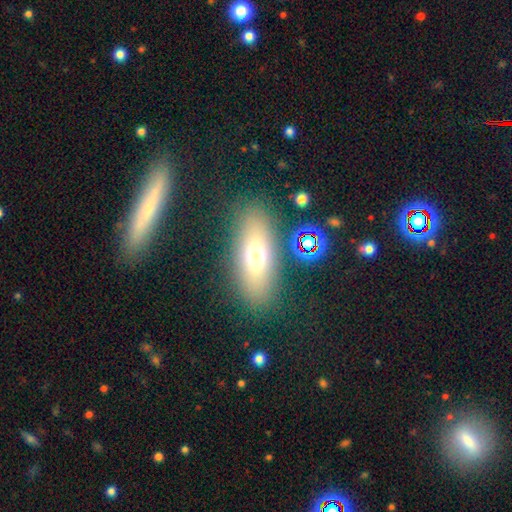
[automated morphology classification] This is likely a smooth galaxy (66%). How rounded: likely in between (76%). Merging: clearly none (84%).